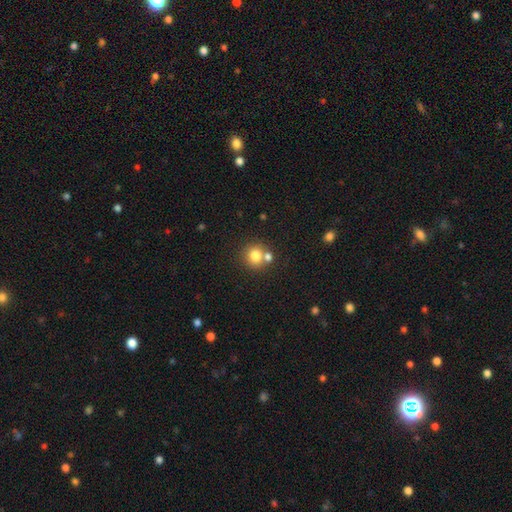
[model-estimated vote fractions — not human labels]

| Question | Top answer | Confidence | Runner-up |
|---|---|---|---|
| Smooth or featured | smooth | 80% | star or artifact (12%) |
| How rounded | round | 88% | in between (11%) |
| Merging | none | 62% | merger (27%) |